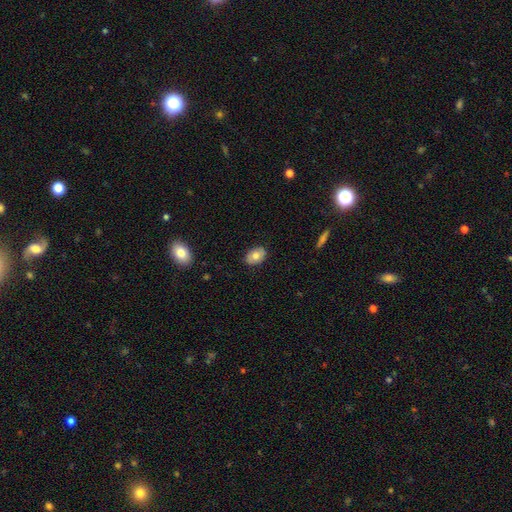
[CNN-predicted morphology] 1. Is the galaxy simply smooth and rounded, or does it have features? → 72% smooth, 20% featured or disk, 7% star or artifact.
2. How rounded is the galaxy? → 81% in between, 18% round, 1% cigar-shaped.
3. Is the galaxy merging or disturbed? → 86% none, 11% minor disturbance, 2% major disturbance, 1% merger.